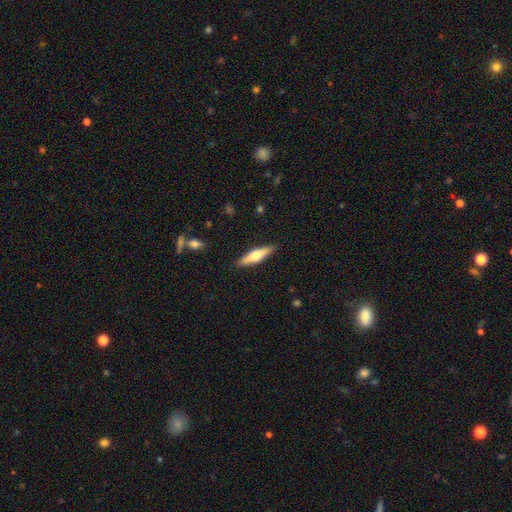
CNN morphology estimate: Smooth or featured? smooth (49%)
Merging? none (89%)